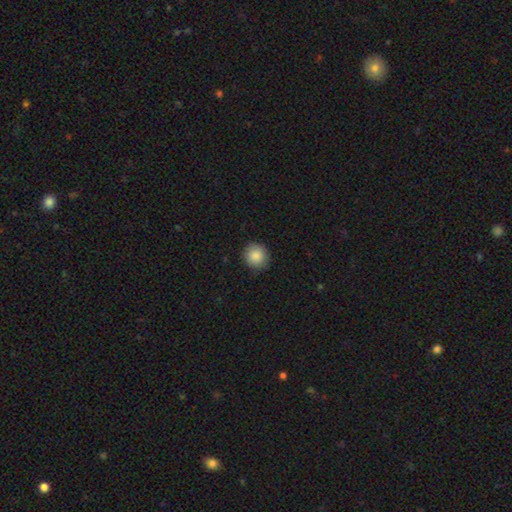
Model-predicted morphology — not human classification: Smooth or featured? smooth (88%)
How rounded? round (92%)
Merging? none (90%)